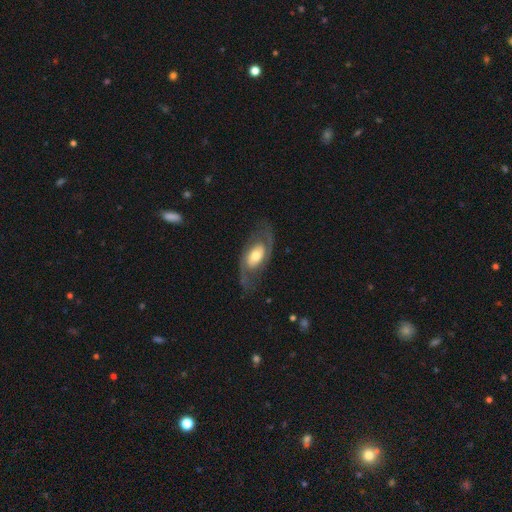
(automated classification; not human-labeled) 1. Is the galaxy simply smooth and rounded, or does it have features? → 80% featured or disk, 15% smooth, 5% star or artifact.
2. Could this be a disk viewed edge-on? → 93% no, 7% yes.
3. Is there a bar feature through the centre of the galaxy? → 61% no, 28% weak, 11% strong.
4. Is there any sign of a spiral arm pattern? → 88% yes, 12% no.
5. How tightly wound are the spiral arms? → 48% medium, 31% loose, 21% tight.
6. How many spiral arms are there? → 88% 2, 6% can't tell, 3% 1, 1% 3, 1% 4, 1% more than 4.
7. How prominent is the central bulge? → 62% moderate, 18% large, 17% small, 2% dominant, 1% none.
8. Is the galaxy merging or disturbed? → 72% none, 15% minor disturbance, 12% major disturbance, 1% merger.